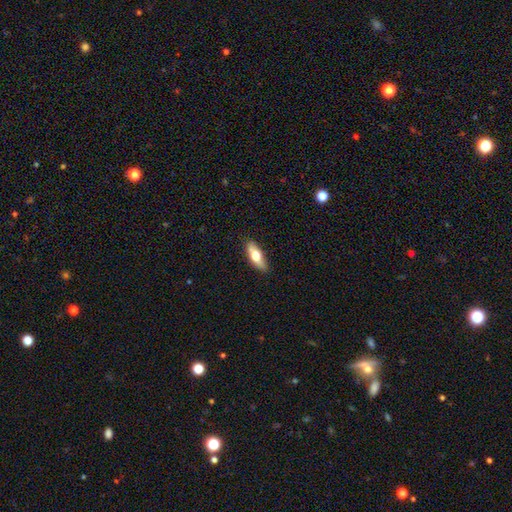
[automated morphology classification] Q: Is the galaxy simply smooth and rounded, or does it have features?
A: smooth — 61%.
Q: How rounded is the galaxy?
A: in between — 62%.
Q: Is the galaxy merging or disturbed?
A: none — 86%.